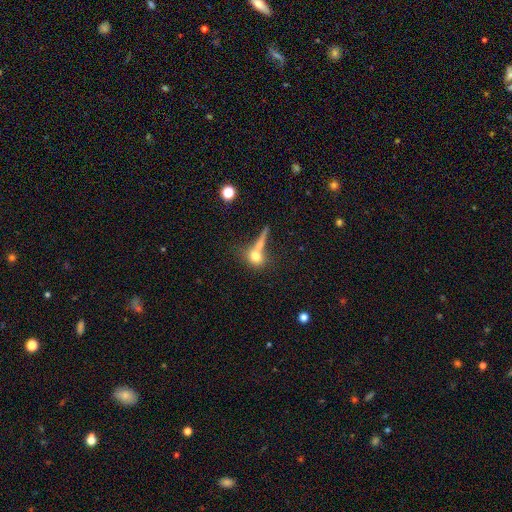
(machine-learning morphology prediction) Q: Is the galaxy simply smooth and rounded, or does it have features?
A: smooth — 64%.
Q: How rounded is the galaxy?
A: round — 63%.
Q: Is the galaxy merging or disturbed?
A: none — 44%.